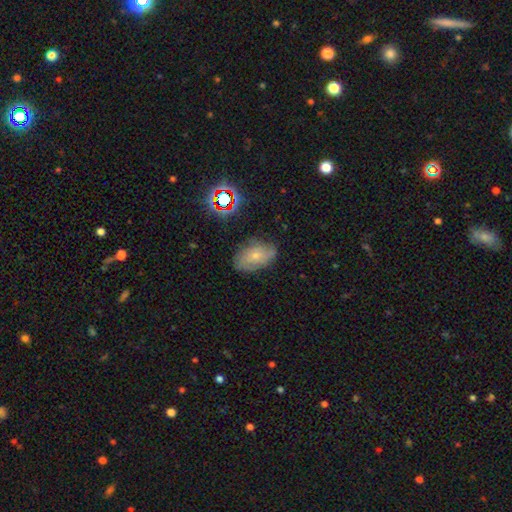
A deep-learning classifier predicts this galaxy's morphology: This is marginally a smooth galaxy (45%). Merging: likely none (66%).